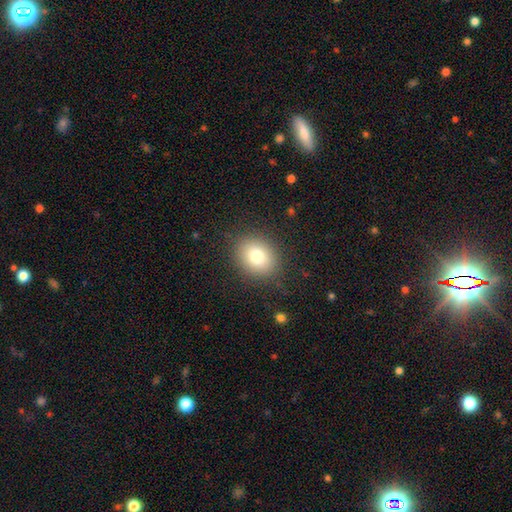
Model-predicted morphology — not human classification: Overall: smooth (79%). How rounded: round (65%; in between 34%). Merging: none (88%).